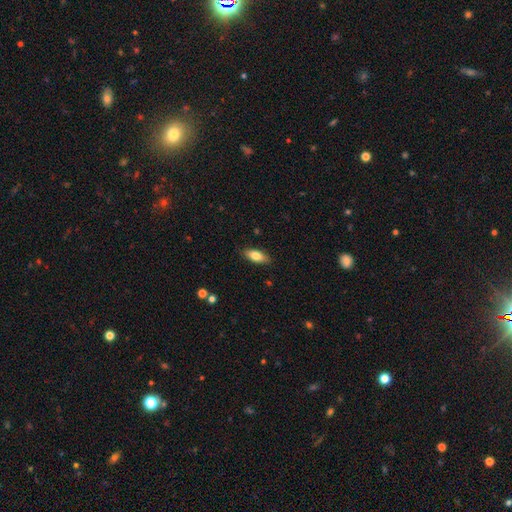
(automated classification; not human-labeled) Smooth or featured? smooth (77%)
How rounded? in between (78%)
Merging? none (87%)